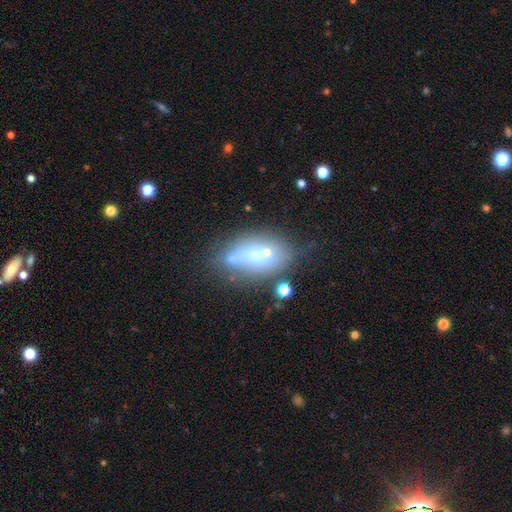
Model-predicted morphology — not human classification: Smooth or featured?
  - smooth: 47% *
  - featured or disk: 39%
  - star or artifact: 14%
Merging?
  - none: 37% *
  - merger: 26%
  - minor disturbance: 20%
  - major disturbance: 17%